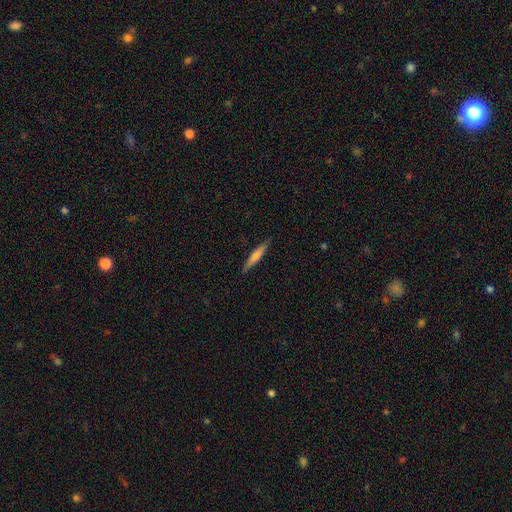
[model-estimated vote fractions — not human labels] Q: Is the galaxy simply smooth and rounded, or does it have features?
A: smooth — 55%.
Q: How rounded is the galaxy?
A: cigar-shaped — 94%.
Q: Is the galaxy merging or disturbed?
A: none — 90%.